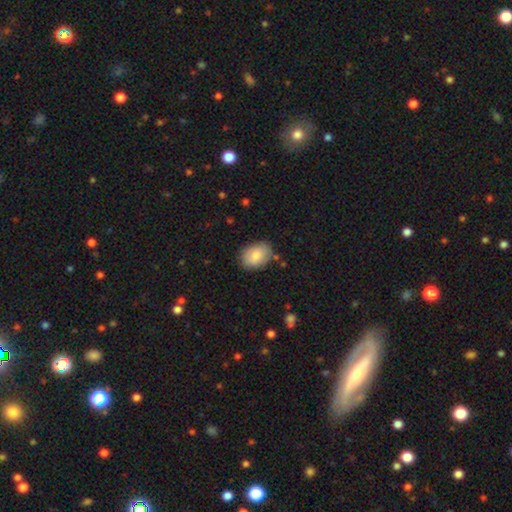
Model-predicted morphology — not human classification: smooth_or_featured: smooth (p=0.81) [alt: featured or disk p=0.12]
how_rounded: in between (p=0.80) [alt: round p=0.18]
merging: none (p=0.81) [alt: minor disturbance p=0.14]